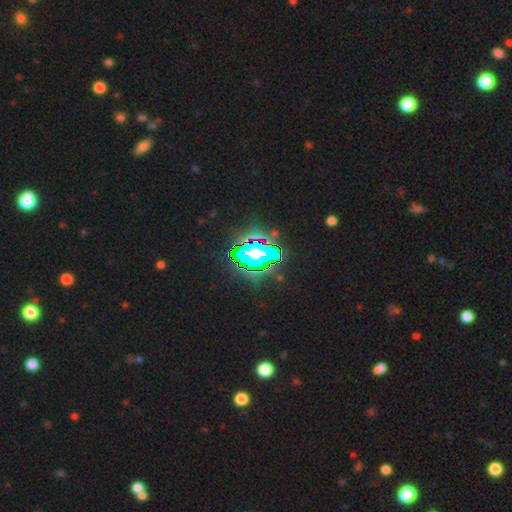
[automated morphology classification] Q: Smooth or featured?
A: star or artifact (62%); runner-up: smooth (21%)